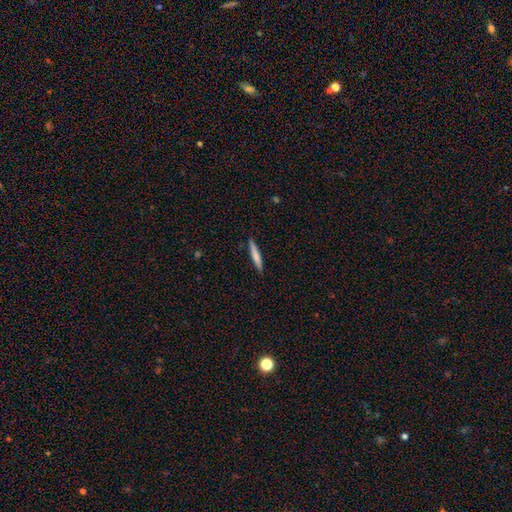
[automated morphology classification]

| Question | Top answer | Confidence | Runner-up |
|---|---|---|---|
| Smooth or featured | smooth | 72% | featured or disk (23%) |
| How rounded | cigar-shaped | 94% | in between (5%) |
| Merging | none | 89% | minor disturbance (8%) |